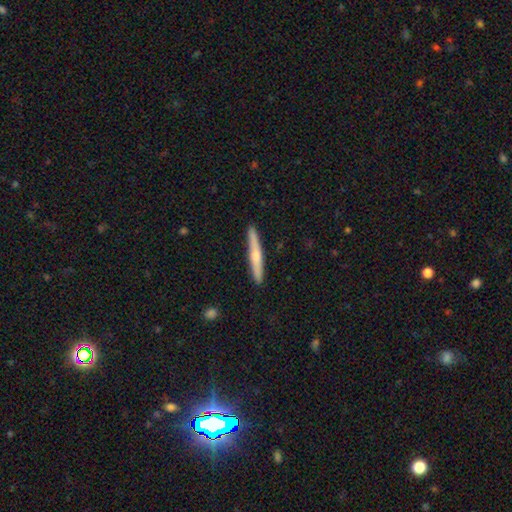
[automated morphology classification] A smooth galaxy with no disk features (48%). Merging: none (90%).